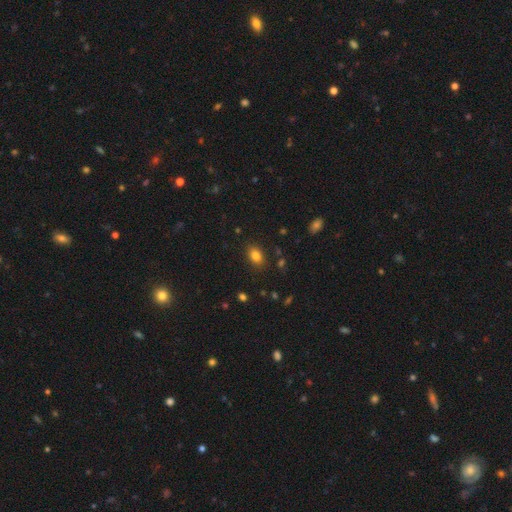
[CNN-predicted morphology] Smooth or featured: smooth — 83% (star or artifact — 11%)
How rounded: in between — 79% (round — 20%)
Merging: none — 85% (minor disturbance — 11%)